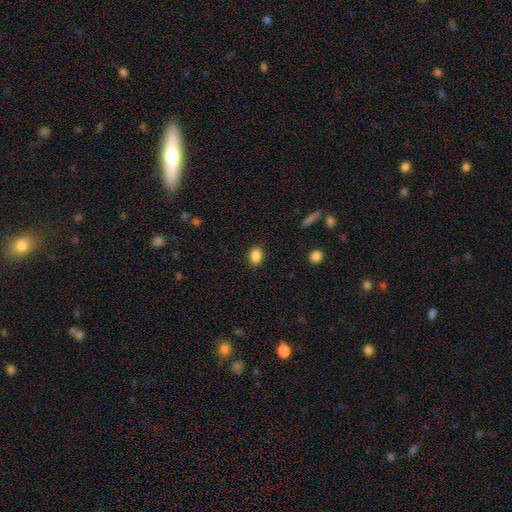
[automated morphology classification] type=smooth (87%); roundness=in between (70%); merging=none (87%).